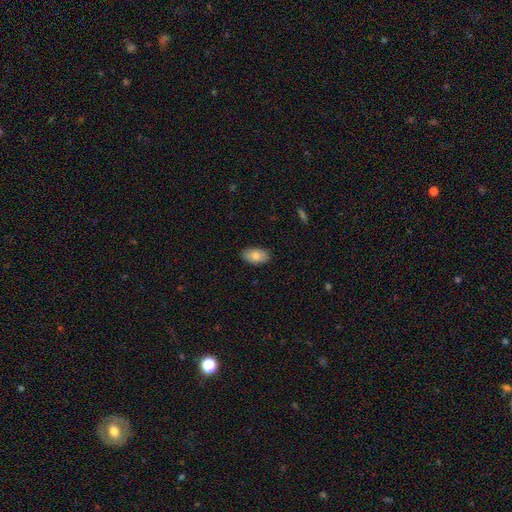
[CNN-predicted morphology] A smooth galaxy with no disk features (81%) that is in between round and cigar-shaped (94%). Merging: none (88%).